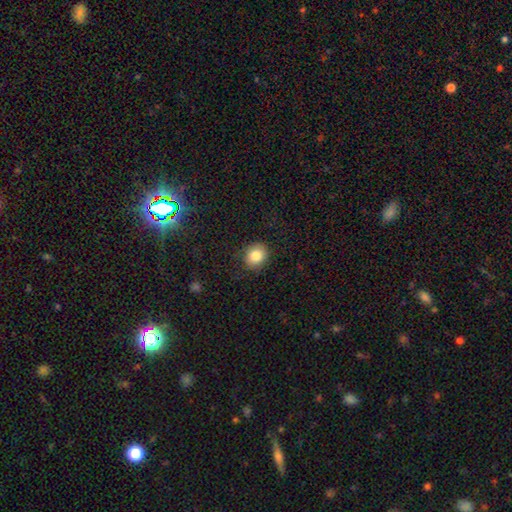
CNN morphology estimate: A smooth galaxy with no disk features (83%) that is round (75%).

Vote fractions:
- Smooth or featured? smooth: 83% / star or artifact: 9% / featured or disk: 7%
- How rounded? round: 75% / in between: 24% / cigar-shaped: 1%
- Merging? none: 83% / minor disturbance: 13% / major disturbance: 4% / merger: 1%